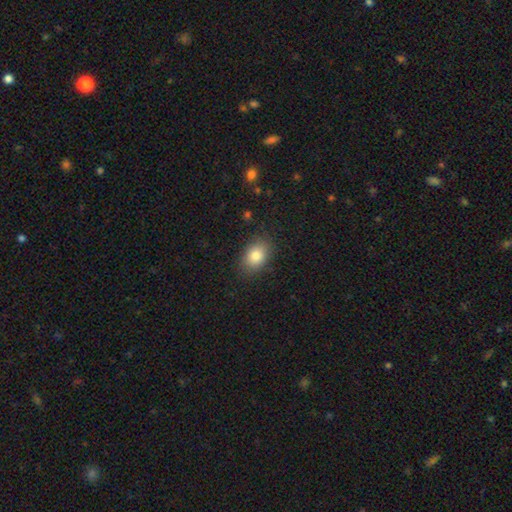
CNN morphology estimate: Smooth or featured? smooth (83%)
How rounded? in between (77%)
Merging? none (85%)